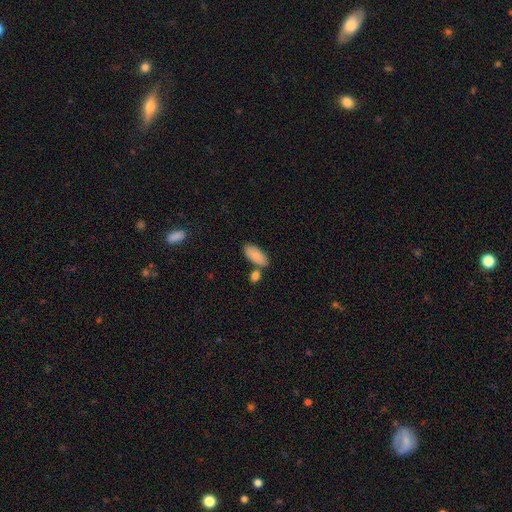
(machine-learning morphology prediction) The model was most divided on "merging": none: 68%, merger: 17%, minor disturbance: 12%, major disturbance: 3%. More confident: how rounded — in between (87%); smooth or featured — smooth (87%).